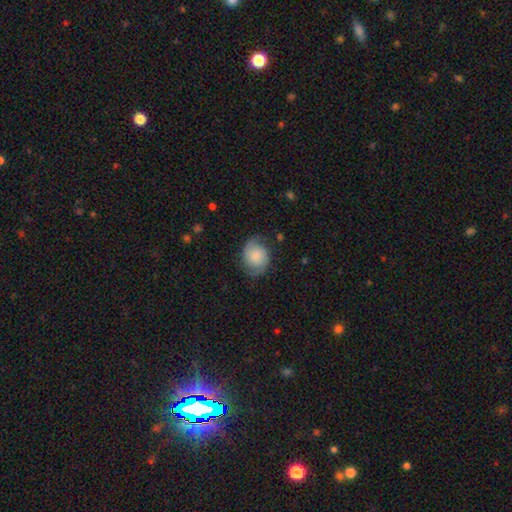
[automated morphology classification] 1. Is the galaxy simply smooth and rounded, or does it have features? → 55% smooth, 37% featured or disk, 8% star or artifact.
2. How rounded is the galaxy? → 56% round, 43% in between, 1% cigar-shaped.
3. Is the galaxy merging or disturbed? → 65% none, 25% minor disturbance, 9% major disturbance, 1% merger.